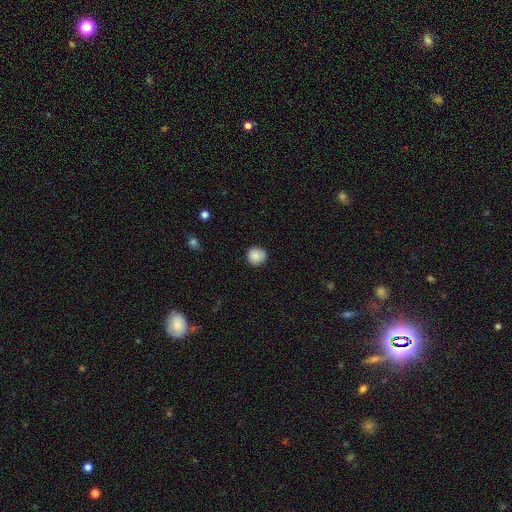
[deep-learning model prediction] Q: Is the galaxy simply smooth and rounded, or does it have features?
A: smooth — 88%.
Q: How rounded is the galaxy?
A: round — 92%.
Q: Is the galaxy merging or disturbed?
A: none — 89%.